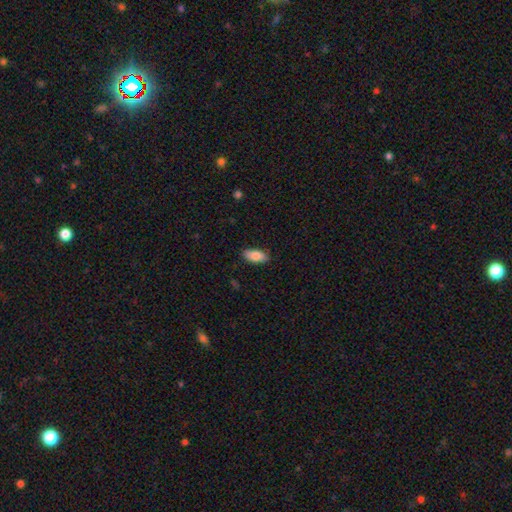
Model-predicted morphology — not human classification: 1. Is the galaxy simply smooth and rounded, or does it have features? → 84% smooth, 9% featured or disk, 6% star or artifact.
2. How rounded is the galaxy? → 89% in between, 9% cigar-shaped, 2% round.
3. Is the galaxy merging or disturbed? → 84% none, 12% minor disturbance, 2% major disturbance, 1% merger.